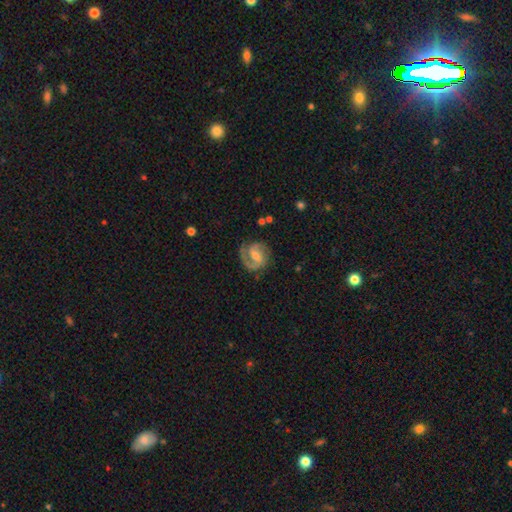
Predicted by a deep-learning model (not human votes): The model was most divided on "bulge size" (2-way tie): small: 44%, moderate: 44%, none: 6%, large: 4%, dominant: 1%. Remaining: edge-on disk — no (98%); spiral arms — yes (94%); smooth or featured — featured or disk (80%); merging — none (71%); spiral arm count — 2 (69%); bar — weak (53%); spiral winding — medium (50%).